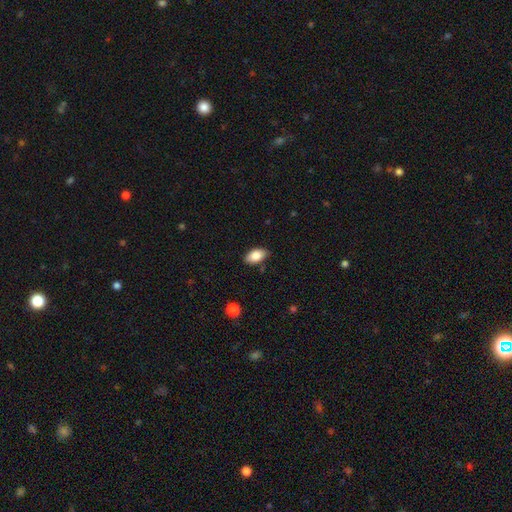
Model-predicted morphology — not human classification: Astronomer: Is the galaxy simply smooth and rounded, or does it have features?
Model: smooth — 85%.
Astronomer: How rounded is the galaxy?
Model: in between — 92%.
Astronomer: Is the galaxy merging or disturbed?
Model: none — 85%.